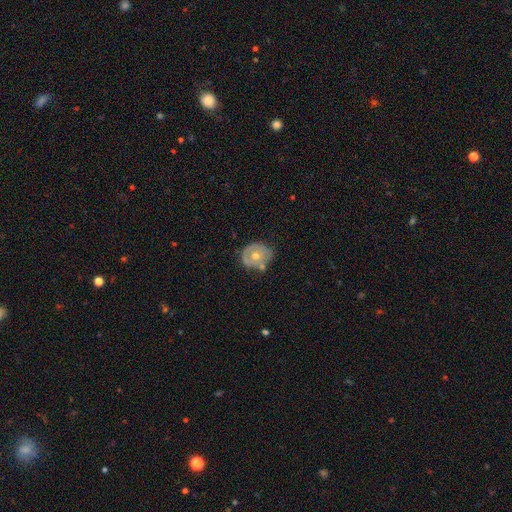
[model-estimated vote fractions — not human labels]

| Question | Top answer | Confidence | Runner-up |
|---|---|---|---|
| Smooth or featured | featured or disk | 53% | smooth (40%) |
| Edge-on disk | no | 96% | yes (4%) |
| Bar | no | 90% | weak (8%) |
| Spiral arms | no | 71% | yes (29%) |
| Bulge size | moderate | 68% | small (28%) |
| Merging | none | 67% | minor disturbance (21%) |